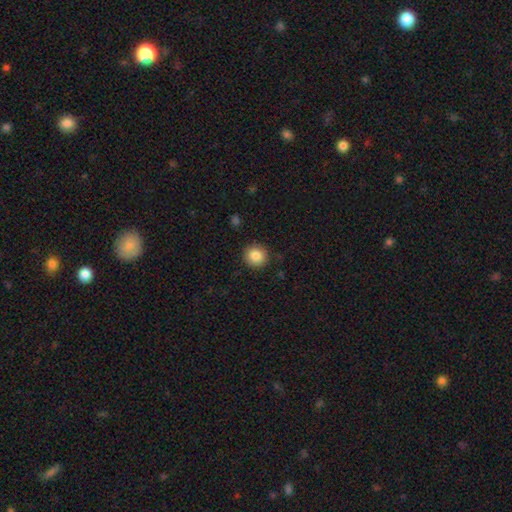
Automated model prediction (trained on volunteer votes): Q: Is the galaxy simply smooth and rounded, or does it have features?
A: smooth — 86%.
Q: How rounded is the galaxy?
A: round — 92%.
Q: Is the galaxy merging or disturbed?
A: none — 90%.